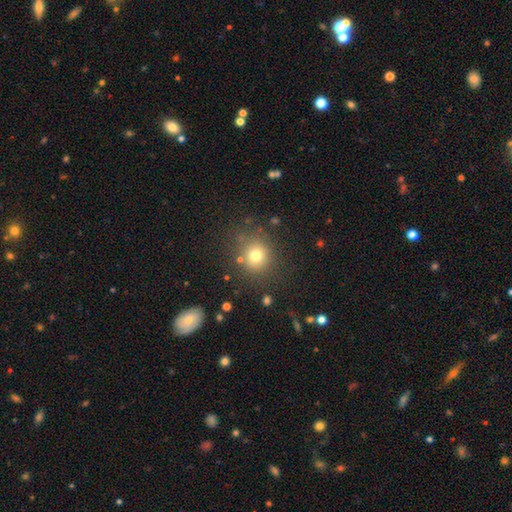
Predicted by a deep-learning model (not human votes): Smooth or featured?
  - smooth: 75% *
  - star or artifact: 16%
  - featured or disk: 9%
How rounded?
  - round: 88% *
  - in between: 11%
  - cigar-shaped: 1%
Merging?
  - none: 81% *
  - minor disturbance: 10%
  - major disturbance: 5%
  - merger: 4%